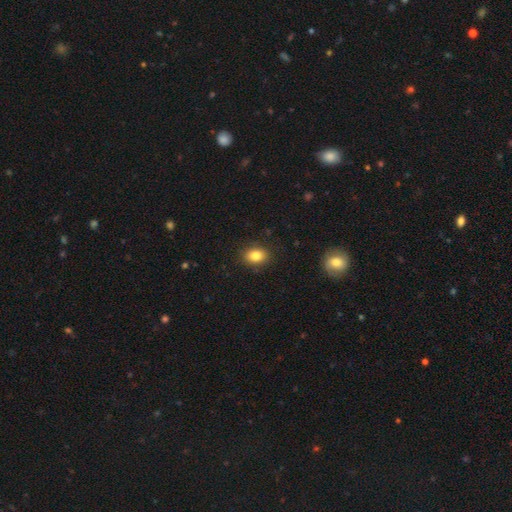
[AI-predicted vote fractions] This is clearly a smooth galaxy (83%). How rounded: likely in between (63%). Merging: clearly none (88%).